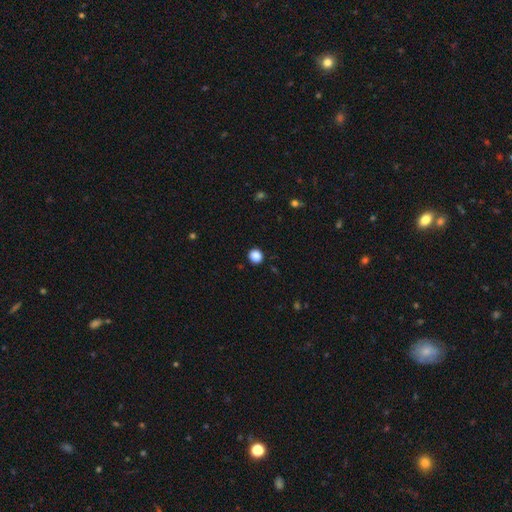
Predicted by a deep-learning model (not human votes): Morphology: type=smooth (87%); roundness=round (89%); merging=none (91%).